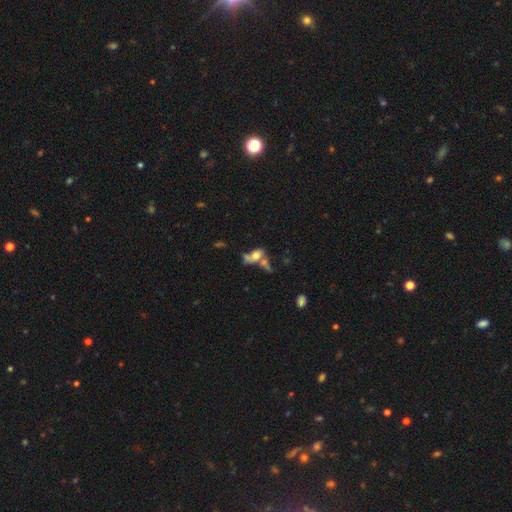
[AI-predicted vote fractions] Smooth or featured: smooth — 54% (featured or disk — 33%)
How rounded: in between — 73% (round — 18%)
Merging: merger — 52% (none — 19%)